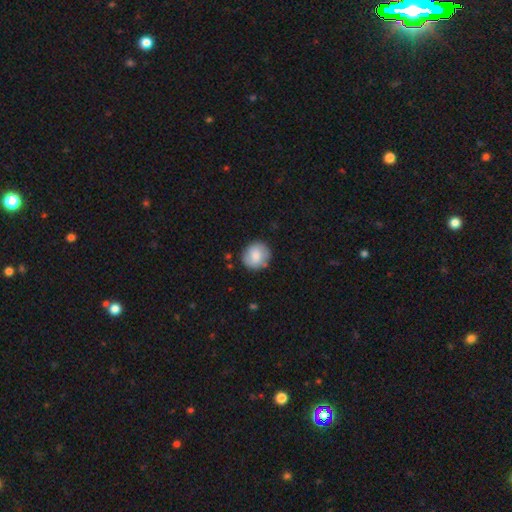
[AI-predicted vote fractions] Smooth or featured? smooth (78%)
How rounded? round (89%)
Merging? none (82%)